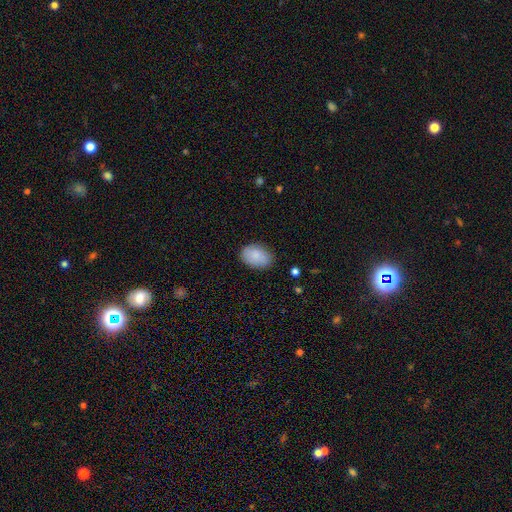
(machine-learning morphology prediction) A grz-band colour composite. It shows a smooth galaxy with no disk features (86%) that is in between round and cigar-shaped (89%). Merging: none (83%).